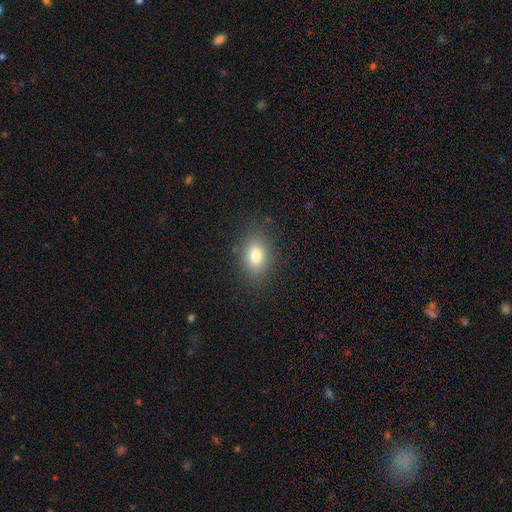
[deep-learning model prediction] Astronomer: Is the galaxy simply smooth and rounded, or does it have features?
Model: smooth — 79%.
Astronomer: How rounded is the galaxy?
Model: in between — 78%.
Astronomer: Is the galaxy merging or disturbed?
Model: none — 84%.